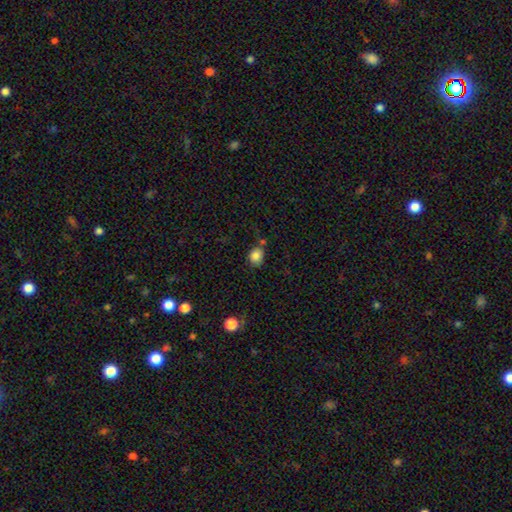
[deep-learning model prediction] The model was most divided on "how rounded": round: 60%, in between: 39%, cigar-shaped: 1%. More confident: smooth or featured — smooth (84%); merging — none (62%).